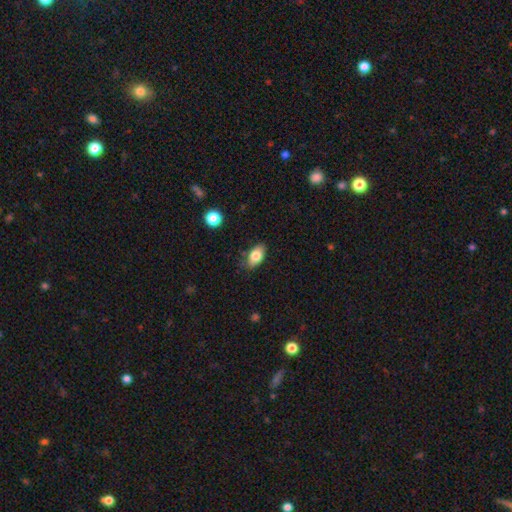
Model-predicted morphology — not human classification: type=smooth (81%); roundness=in between (90%); merging=none (77%).